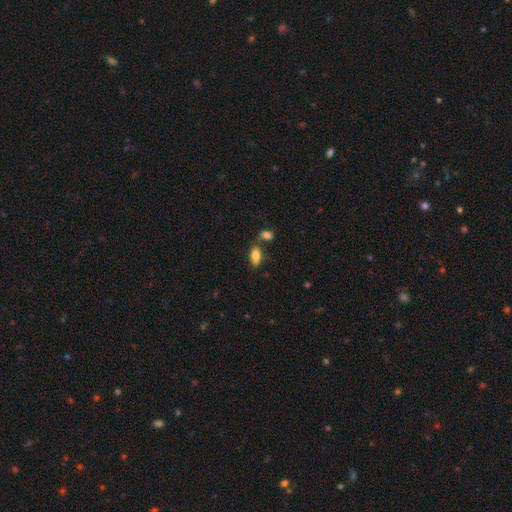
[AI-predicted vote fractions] This is likely a smooth galaxy (78%). How rounded: clearly in between (84%). Merging: likely none (61%).